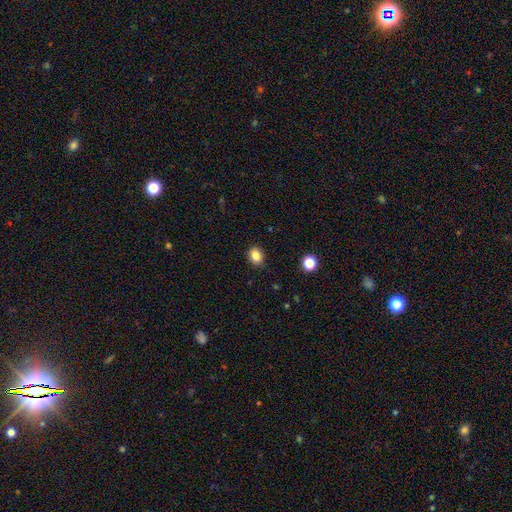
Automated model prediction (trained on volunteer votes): smooth 84%, star or artifact 11%, featured or disk 5%. Down the decision tree: how rounded — round (57%); merging — none (88%).